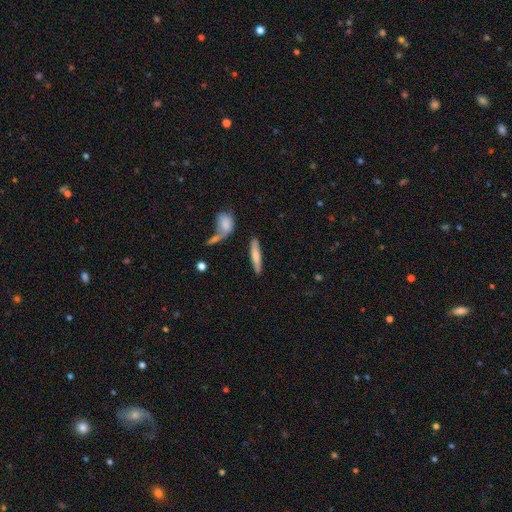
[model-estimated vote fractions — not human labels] Smooth or featured?
  - smooth: 67% *
  - featured or disk: 27%
  - star or artifact: 6%
How rounded?
  - cigar-shaped: 86% *
  - in between: 12%
  - round: 2%
Merging?
  - none: 74% *
  - minor disturbance: 13%
  - merger: 9%
  - major disturbance: 4%